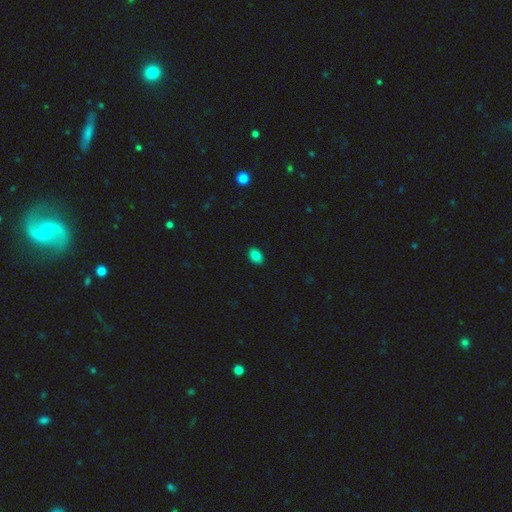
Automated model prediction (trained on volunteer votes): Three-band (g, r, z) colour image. It shows a smooth galaxy with no disk features (85%) that is in between round and cigar-shaped (81%). Merging: none (90%).